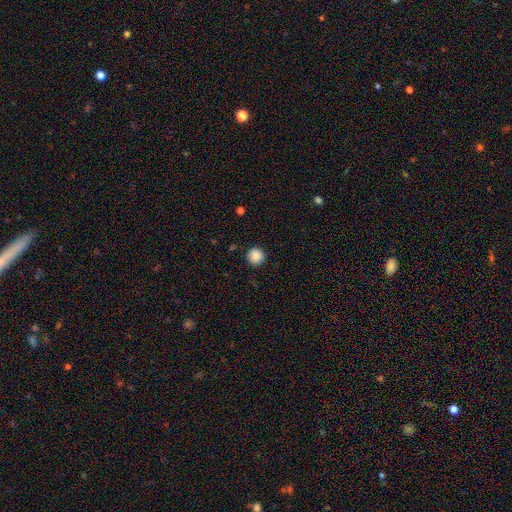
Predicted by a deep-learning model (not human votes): A smooth galaxy with no disk features (88%) that is round (95%).

Vote fractions:
- Smooth or featured? smooth: 88% / star or artifact: 9% / featured or disk: 3%
- How rounded? round: 95% / in between: 4% / cigar-shaped: 1%
- Merging? none: 90% / minor disturbance: 6% / major disturbance: 2% / merger: 1%